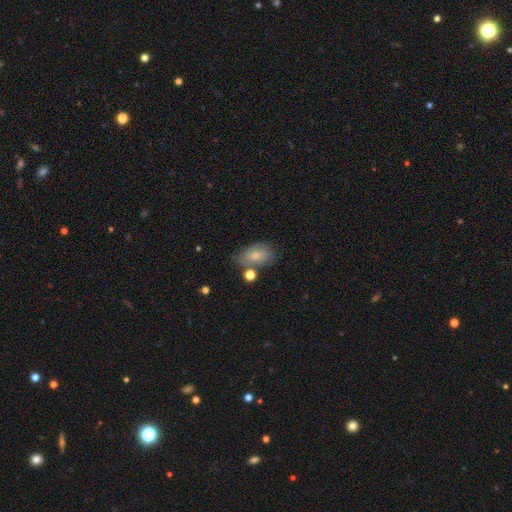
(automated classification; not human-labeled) smooth-or-featured: smooth: 76% | featured or disk: 15% | star or artifact: 9%
  how-rounded: in between: 86% | round: 12% | cigar-shaped: 2%
  merging: none: 58% | minor disturbance: 23% | merger: 11% | major disturbance: 8%